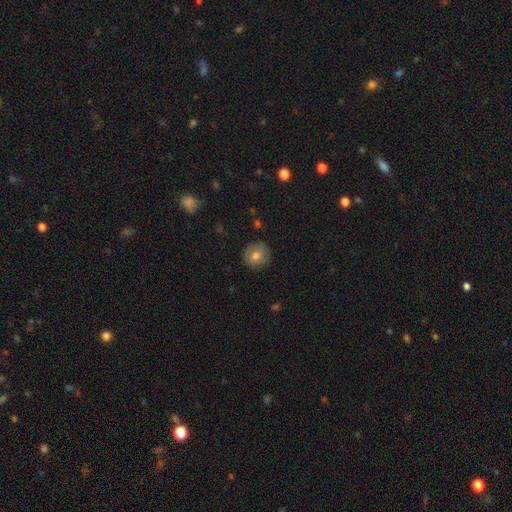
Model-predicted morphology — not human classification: Smooth or featured? smooth (73%)
How rounded? round (90%)
Merging? none (86%)